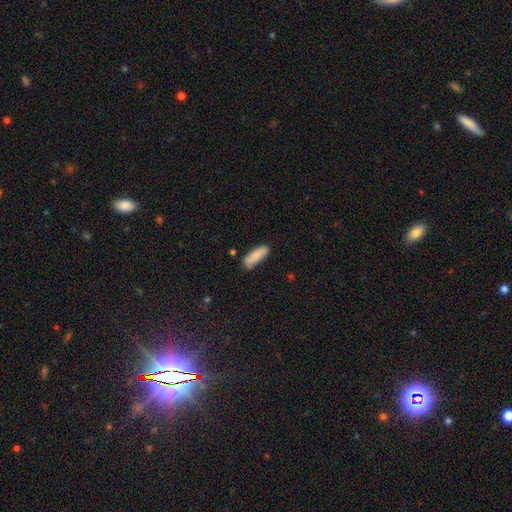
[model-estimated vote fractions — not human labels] A smooth galaxy with no disk features (85%) that is in between round and cigar-shaped (56%). Merging: none (77%).